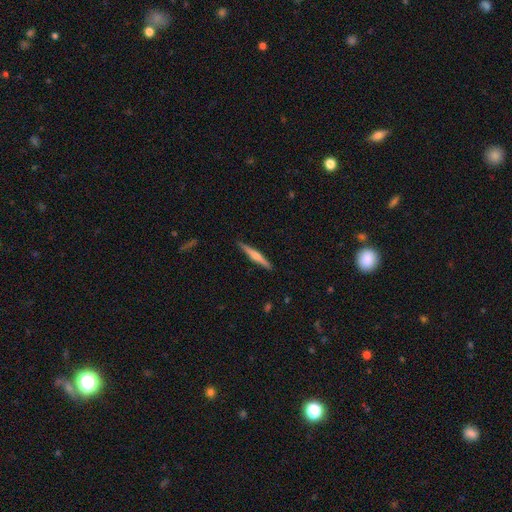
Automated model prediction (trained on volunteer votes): Overall: featured or disk (61%; smooth 33%). Edge-on disk: yes (98%). Edge-on bulge: rounded (80%). Merging: none (91%).